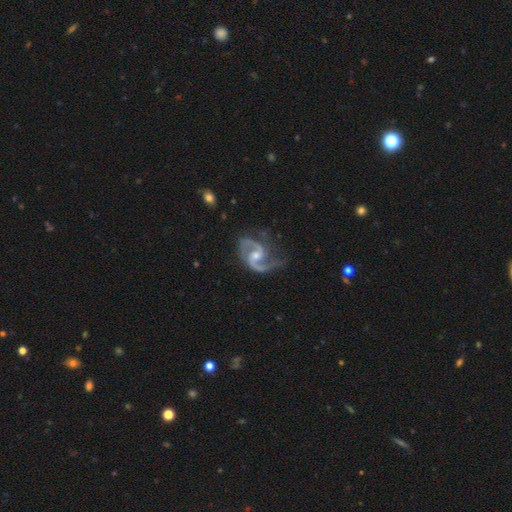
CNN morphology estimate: Overall: featured or disk (93%). Edge-on disk: no (98%). Bar: weak (47%; no 41%). Spiral arms: yes (98%). Spiral arm count: 2 (92%). Spiral winding: medium (59%; loose 29%). Bulge size: moderate (52%; small 41%). Merging: none (66%).